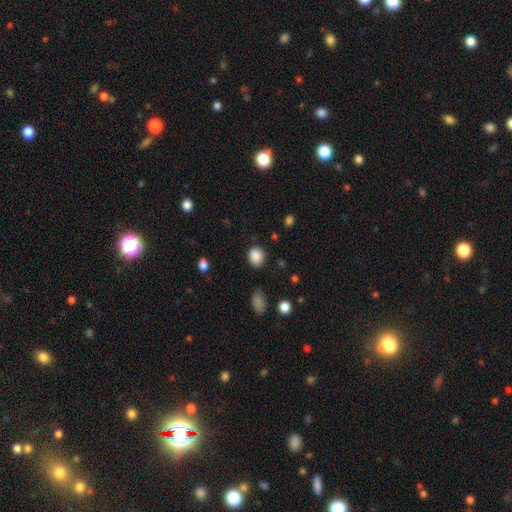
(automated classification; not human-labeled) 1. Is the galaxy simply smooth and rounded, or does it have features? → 87% smooth, 9% star or artifact, 4% featured or disk.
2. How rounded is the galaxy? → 66% round, 33% in between, 1% cigar-shaped.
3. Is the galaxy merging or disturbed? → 80% none, 14% minor disturbance, 4% major disturbance, 2% merger.